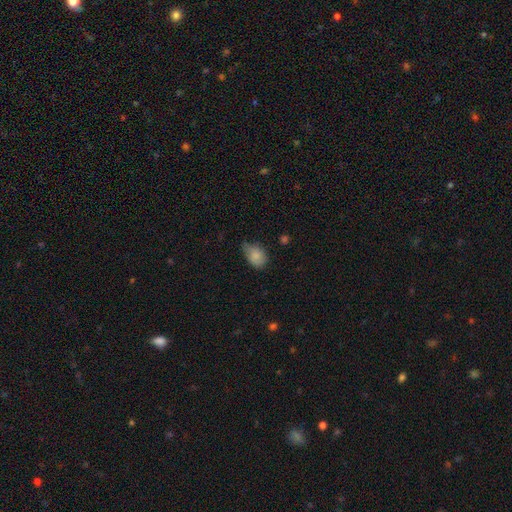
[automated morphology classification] This appears to be a smooth galaxy with no disk features (83%) that is in between round and cigar-shaped (80%). Merging: none (44%, tied with minor disturbance).